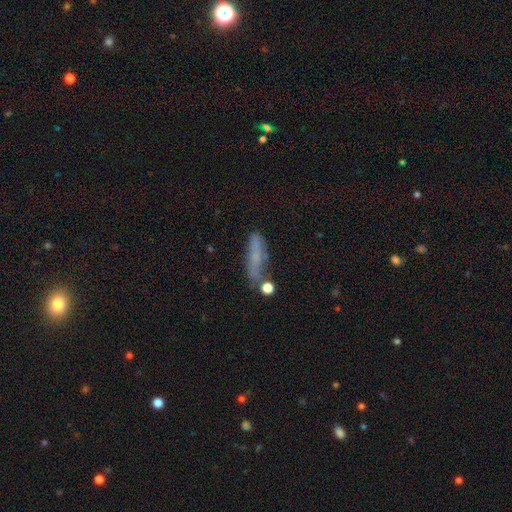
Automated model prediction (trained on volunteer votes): Overall: smooth (55%; featured or disk 33%). How rounded: cigar-shaped (70%). Merging: none (58%; minor disturbance 22%).